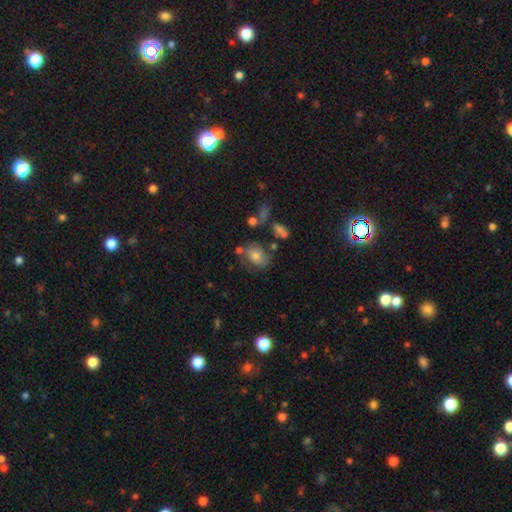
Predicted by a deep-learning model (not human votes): Smooth or featured? smooth (62%)
How rounded? in between (52%)
Merging? none (54%)